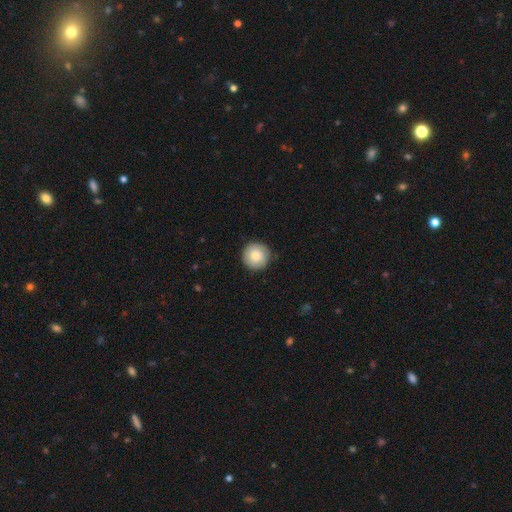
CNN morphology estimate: A smooth galaxy with no disk features (83%) that is round (96%).

Vote fractions:
- Smooth or featured? smooth: 83% / featured or disk: 10% / star or artifact: 7%
- How rounded? round: 96% / in between: 3% / cigar-shaped: 1%
- Merging? none: 90% / minor disturbance: 7% / major disturbance: 2% / merger: 1%